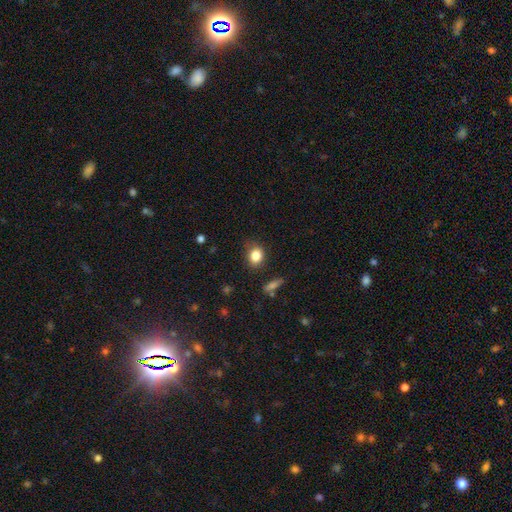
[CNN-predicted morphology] A smooth galaxy with no disk features (83%) that is round (53%).

Vote fractions:
- Smooth or featured? smooth: 83% / star or artifact: 10% / featured or disk: 7%
- How rounded? round: 53% / in between: 45% / cigar-shaped: 1%
- Merging? none: 77% / minor disturbance: 17% / major disturbance: 4% / merger: 2%